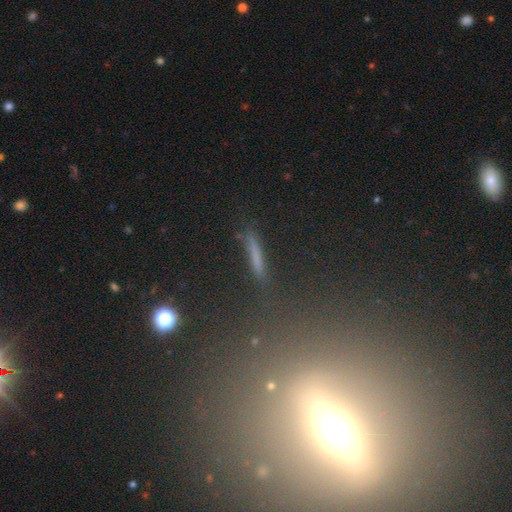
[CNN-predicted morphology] This is possibly a smooth galaxy (60%). How rounded: clearly cigar-shaped (89%). Merging: likely none (79%).